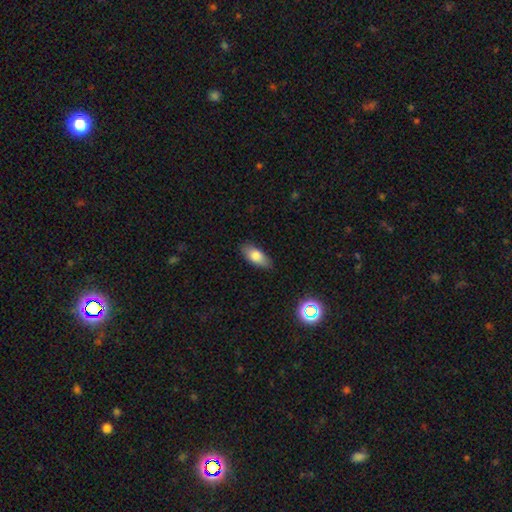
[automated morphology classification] A smooth galaxy with no disk features (80%) that is in between round and cigar-shaped (86%). Merging: none (85%).